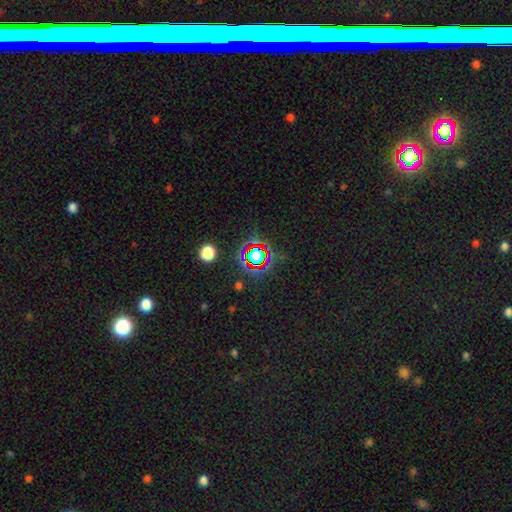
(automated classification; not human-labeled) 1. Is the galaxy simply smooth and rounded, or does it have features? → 65% star or artifact, 23% smooth, 12% featured or disk.